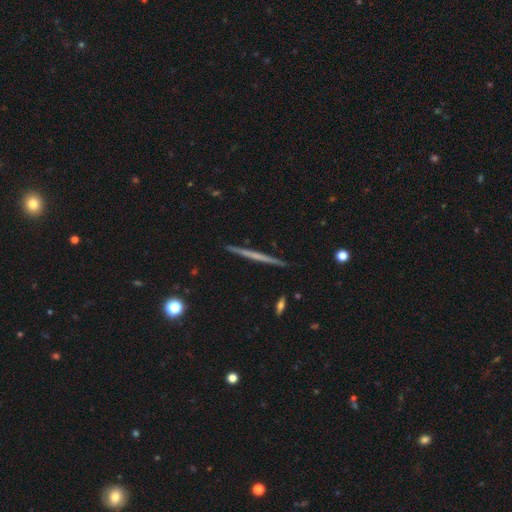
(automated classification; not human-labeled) Smooth or featured: featured or disk — 60% (smooth — 34%)
Edge-on disk: yes — 98% (no — 2%)
Edge-on bulge: none — 85% (rounded — 10%)
Merging: none — 92% (minor disturbance — 5%)